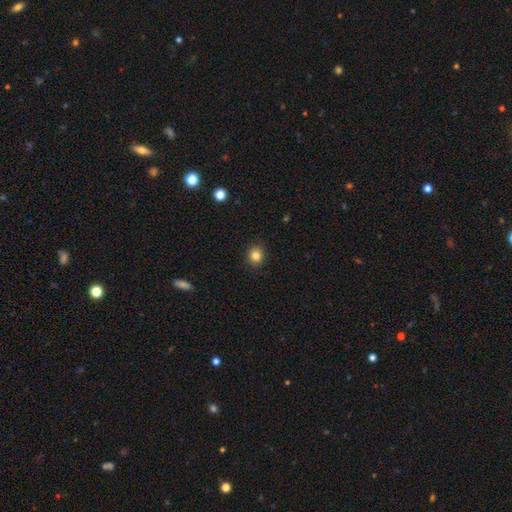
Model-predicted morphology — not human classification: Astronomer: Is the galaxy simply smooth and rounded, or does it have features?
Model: smooth — 83%.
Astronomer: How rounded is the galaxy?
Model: round — 82%.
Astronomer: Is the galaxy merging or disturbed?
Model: none — 90%.